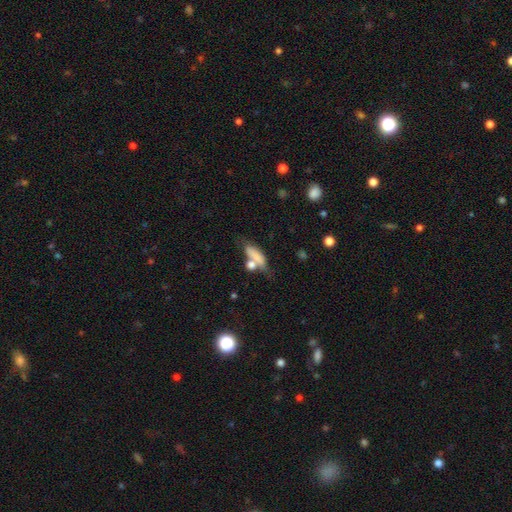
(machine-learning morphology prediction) Q: Smooth or featured?
A: smooth (73%); runner-up: featured or disk (18%)
Q: How rounded?
A: in between (54%); runner-up: cigar-shaped (39%)
Q: Merging?
A: none (37%); runner-up: merger (34%)